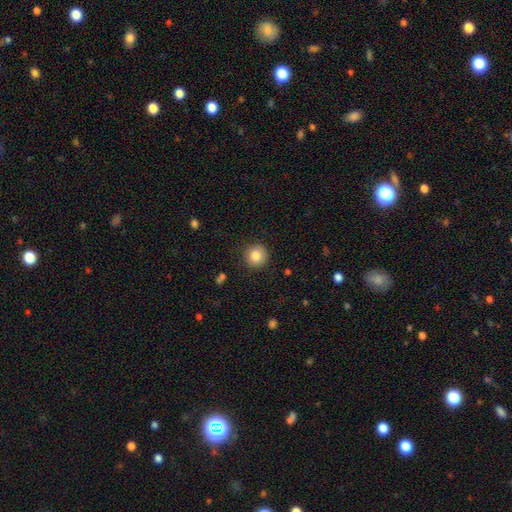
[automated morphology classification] Smooth or featured? Predicted: smooth (p=0.85). How rounded? Predicted: round (p=0.93). Merging? Predicted: none (p=0.88).